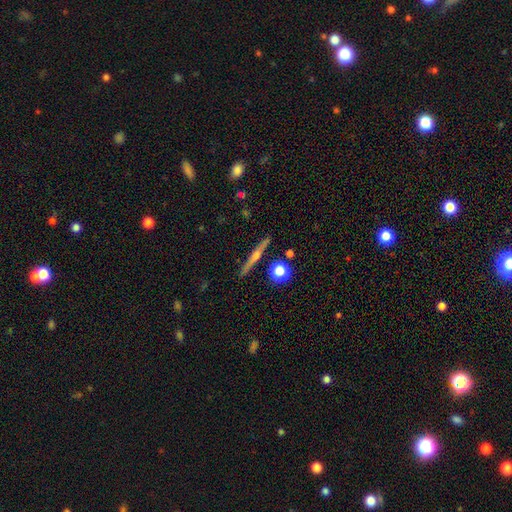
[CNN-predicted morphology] Smooth or featured: featured or disk — 74% (smooth — 19%)
Edge-on disk: yes — 98% (no — 2%)
Edge-on bulge: rounded — 90% (none — 7%)
Merging: none — 91% (minor disturbance — 6%)